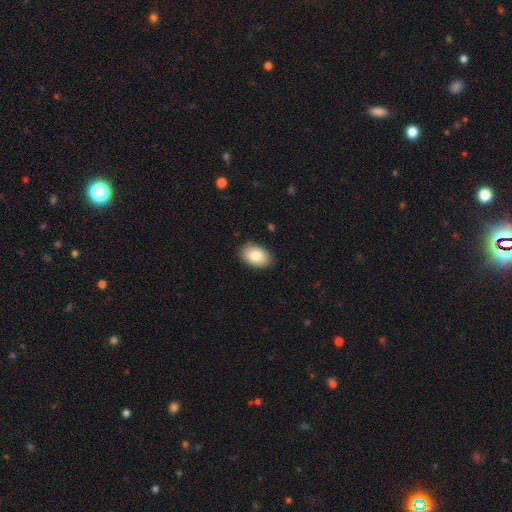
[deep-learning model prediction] Smooth or featured: smooth — 85% (featured or disk — 8%)
How rounded: in between — 89% (round — 10%)
Merging: none — 88% (minor disturbance — 9%)